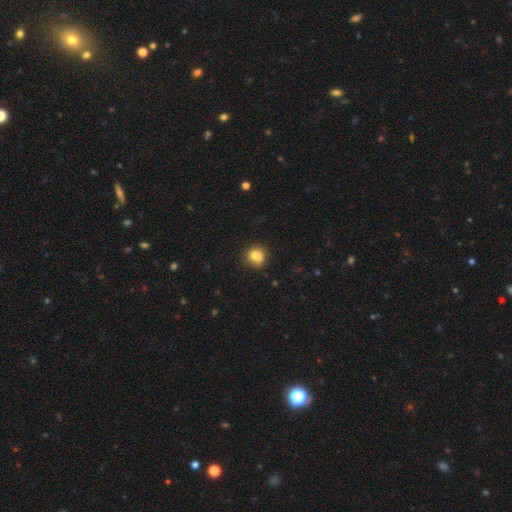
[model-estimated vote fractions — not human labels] Smooth or featured? Predicted: smooth (p=0.75). How rounded? Predicted: round (p=0.77). Merging? Predicted: none (p=0.50).